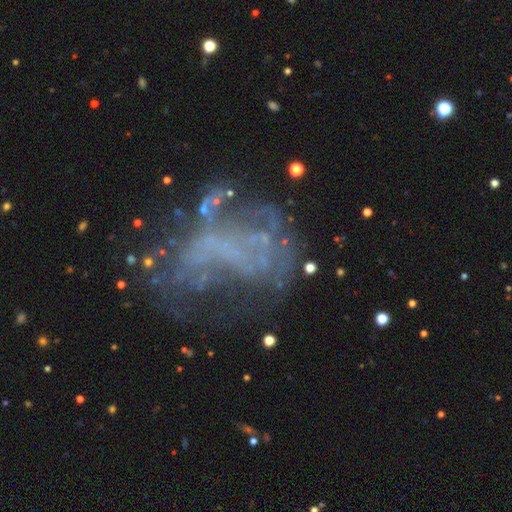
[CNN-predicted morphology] Smooth or featured: featured or disk — 60% (star or artifact — 23%)
Edge-on disk: no — 97% (yes — 3%)
Bar: no — 81% (weak — 12%)
Spiral arms: no — 77% (yes — 23%)
Bulge size: none — 84% (small — 9%)
Merging: major disturbance — 40% (none — 35%)